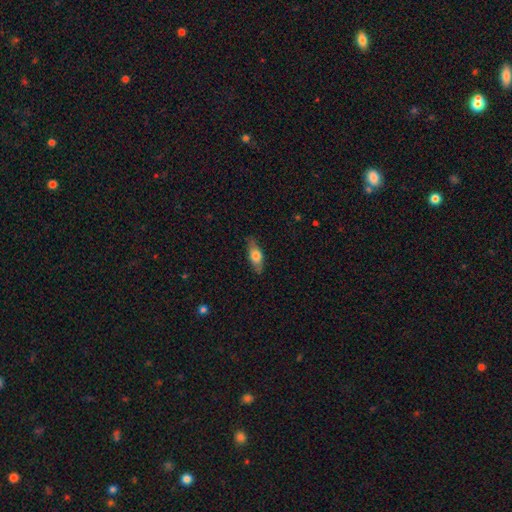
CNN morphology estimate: A smooth galaxy with no disk features (61%) that is in between round and cigar-shaped (66%).

Vote fractions:
- Smooth or featured? smooth: 61% / featured or disk: 32% / star or artifact: 6%
- How rounded? in between: 66% / cigar-shaped: 30% / round: 4%
- Merging? none: 83% / minor disturbance: 13% / major disturbance: 3% / merger: 1%